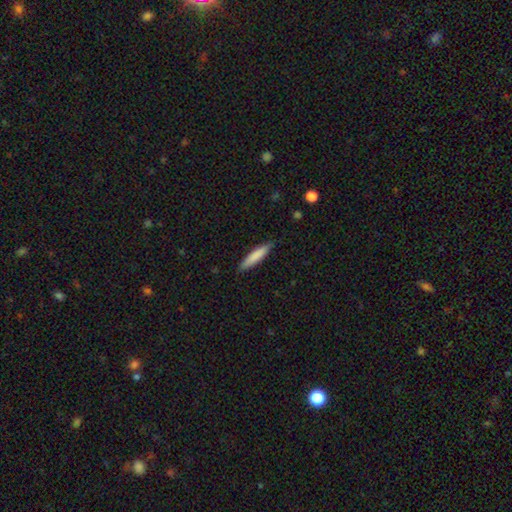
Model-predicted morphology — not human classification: Smooth or featured? smooth (81%)
How rounded? cigar-shaped (87%)
Merging? none (86%)